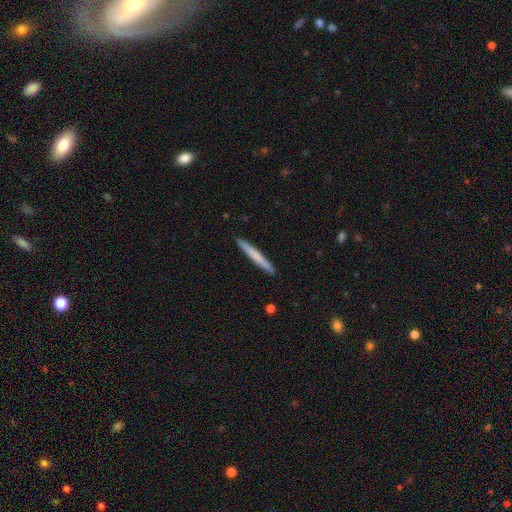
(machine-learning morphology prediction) Overall: smooth (68%). How rounded: cigar-shaped (97%). Merging: none (92%).